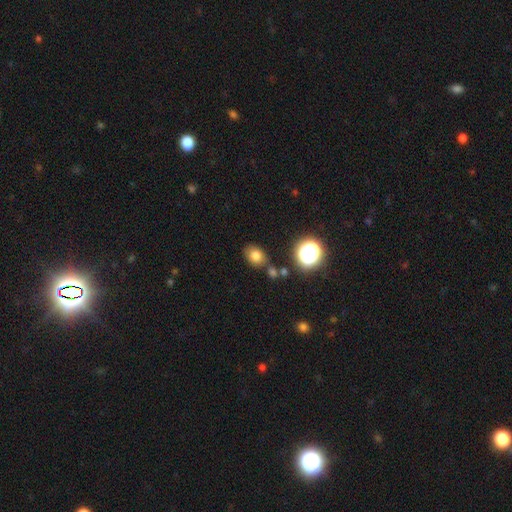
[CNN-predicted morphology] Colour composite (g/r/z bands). It shows a smooth galaxy with no disk features (77%) that is in between round and cigar-shaped (58%). Merging: none (72%).